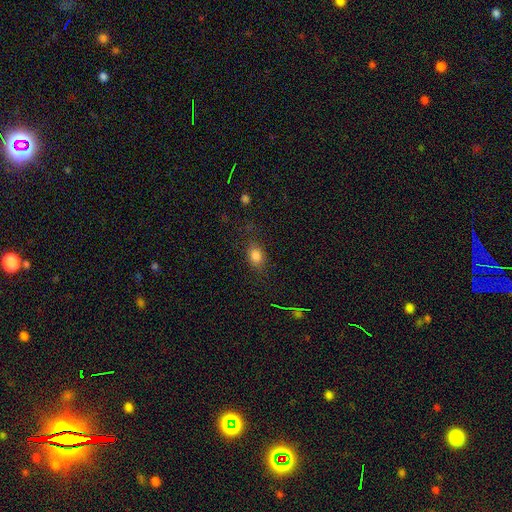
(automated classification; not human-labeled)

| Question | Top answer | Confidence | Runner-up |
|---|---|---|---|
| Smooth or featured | smooth | 80% | star or artifact (13%) |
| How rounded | in between | 65% | round (33%) |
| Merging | none | 75% | minor disturbance (17%) |